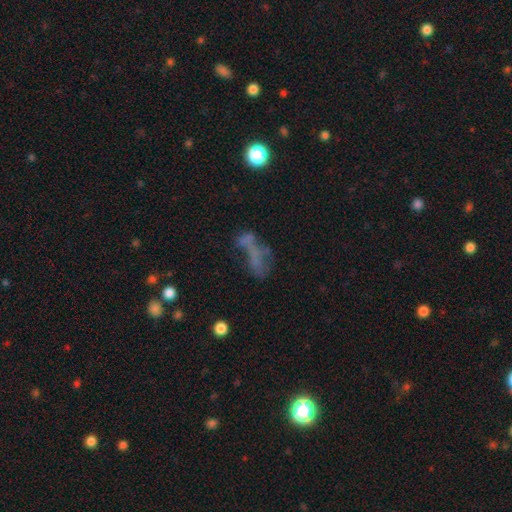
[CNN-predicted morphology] Smooth or featured? smooth (41%)
Merging? major disturbance (32%)